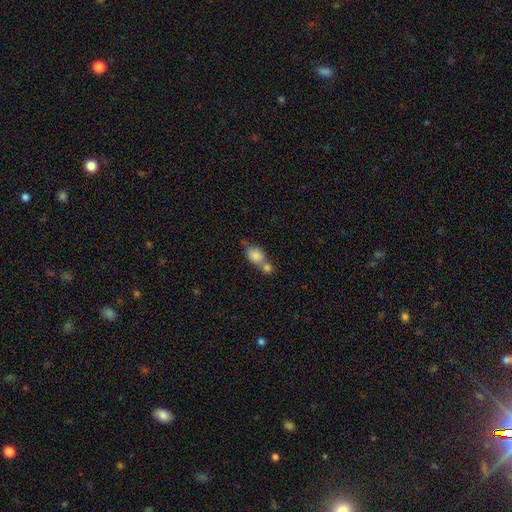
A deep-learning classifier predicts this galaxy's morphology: smooth 81%, featured or disk 11%, star or artifact 8%. Down the decision tree: how rounded — in between (72%); merging — merger (53%).